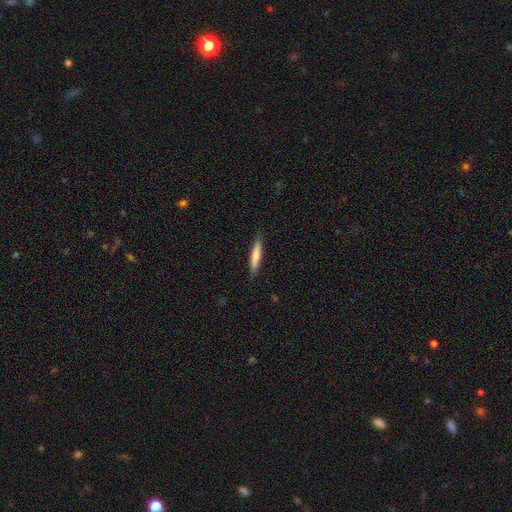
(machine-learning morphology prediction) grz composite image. It shows a smooth galaxy with no disk features (73%) that is cigar-shaped (91%). Merging: none (88%).